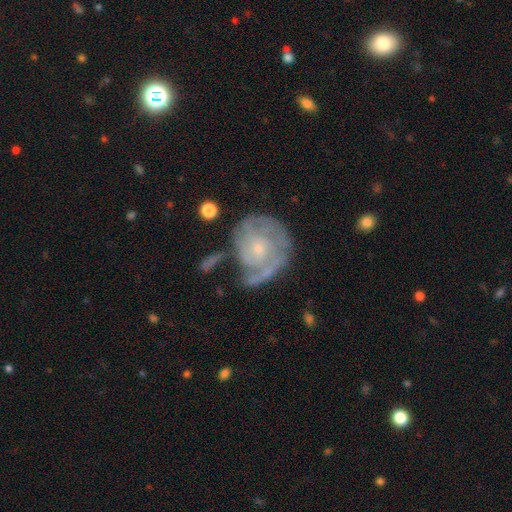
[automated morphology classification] Smooth or featured? featured or disk (80%)
Edge-on disk? no (97%)
Bar? no (74%)
Spiral arms? yes (89%)
Spiral winding? tight (64%)
Spiral arm count? can't tell (31%, tied with 2)
Bulge size? small (61%)
Merging? none (55%)